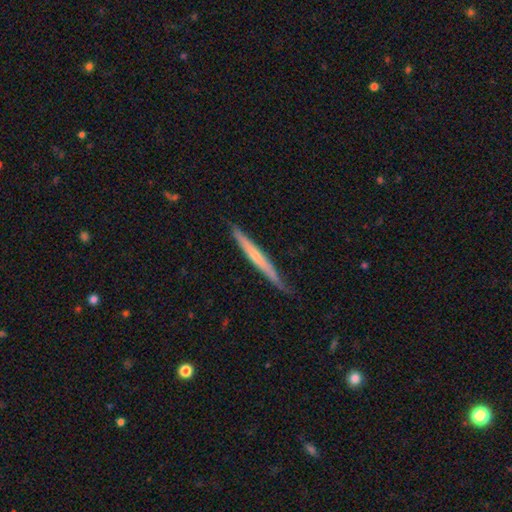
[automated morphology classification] Smooth or featured? featured or disk (55%)
Edge-on disk? yes (95%)
Edge-on bulge? none (56%)
Merging? none (76%)